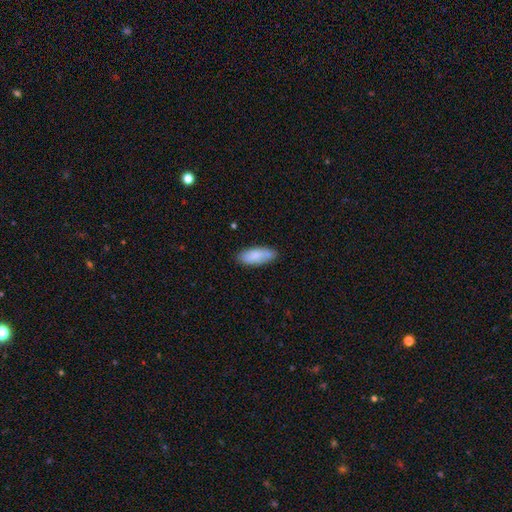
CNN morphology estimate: Smooth or featured? Predicted: smooth (p=0.84). How rounded? Predicted: in between (p=0.77). Merging? Predicted: none (p=0.80).